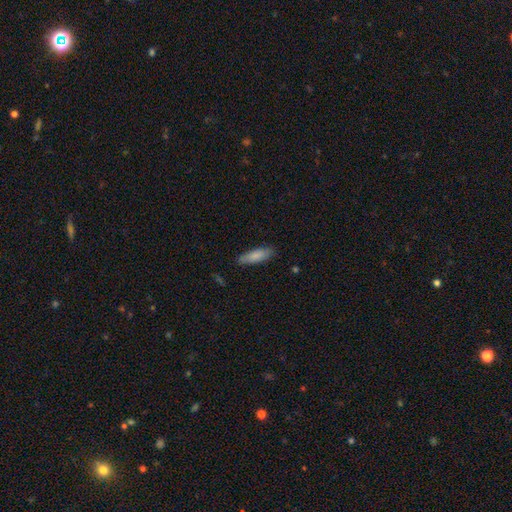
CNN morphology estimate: Smooth or featured?
  - smooth: 83% *
  - featured or disk: 11%
  - star or artifact: 6%
How rounded?
  - in between: 50% *
  - cigar-shaped: 49%
  - round: 1%
Merging?
  - none: 82% *
  - minor disturbance: 14%
  - major disturbance: 3%
  - merger: 1%